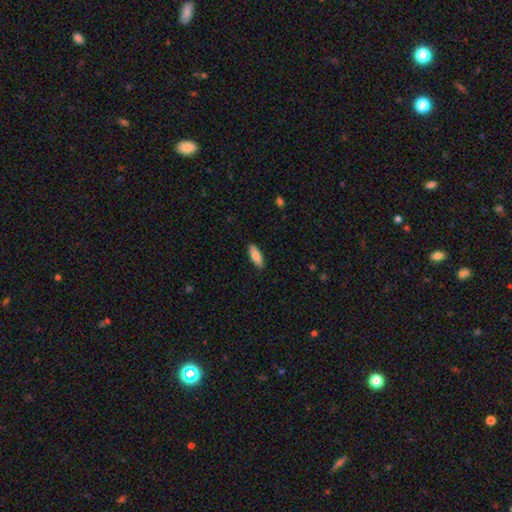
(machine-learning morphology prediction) A smooth galaxy with no disk features (80%) that is in between round and cigar-shaped (66%). Merging: none (89%).